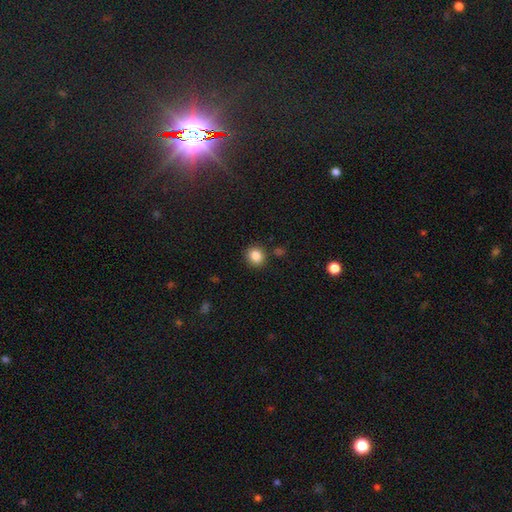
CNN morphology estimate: Q: Smooth or featured?
A: smooth (85%); runner-up: star or artifact (10%)
Q: How rounded?
A: round (84%); runner-up: in between (15%)
Q: Merging?
A: none (86%); runner-up: minor disturbance (9%)